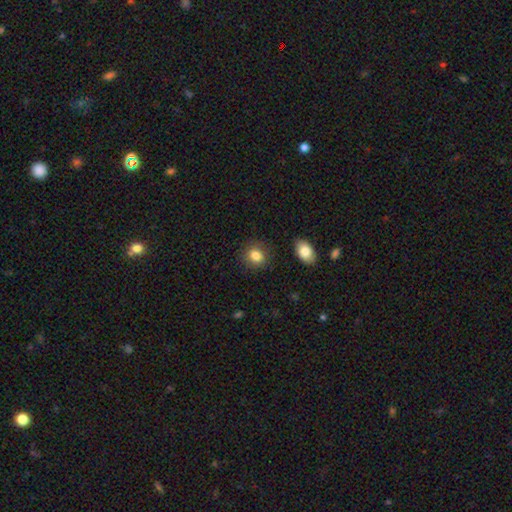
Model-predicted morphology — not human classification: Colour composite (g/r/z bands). It shows a smooth galaxy with no disk features (85%) that is round (65%). Merging: none (86%).